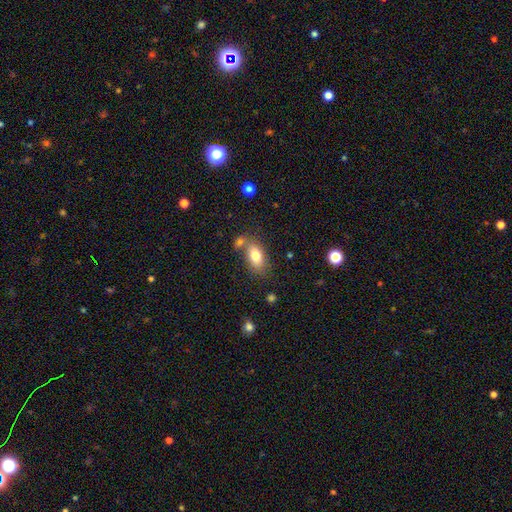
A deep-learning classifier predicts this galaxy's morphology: Smooth or featured? Predicted: smooth (p=0.78). How rounded? Predicted: in between (p=0.88). Merging? Predicted: none (p=0.61).